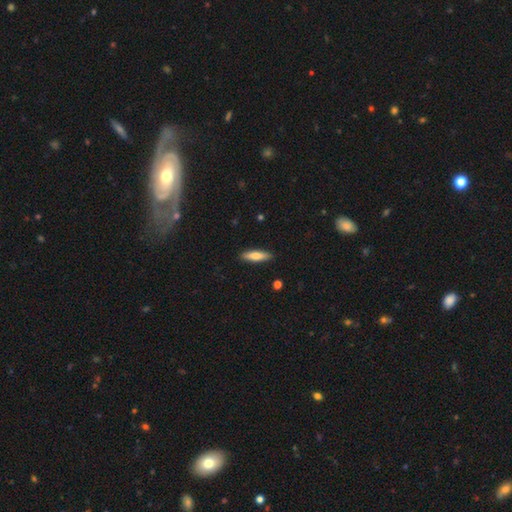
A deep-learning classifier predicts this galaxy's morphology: A smooth galaxy with no disk features (71%) that is cigar-shaped (62%). Merging: none (89%).